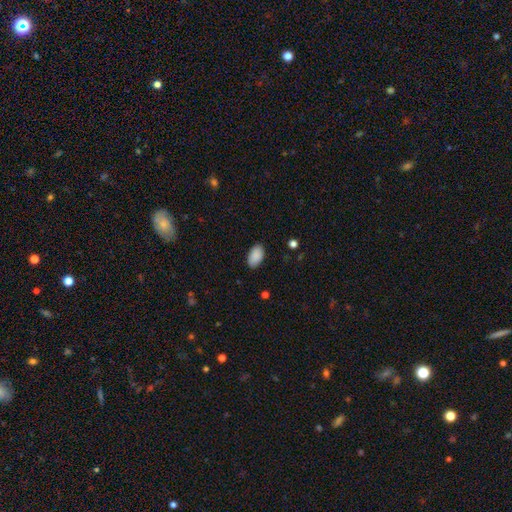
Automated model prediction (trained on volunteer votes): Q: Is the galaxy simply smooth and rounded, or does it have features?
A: smooth — 90%.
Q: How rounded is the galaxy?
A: in between — 94%.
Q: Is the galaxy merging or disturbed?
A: none — 87%.